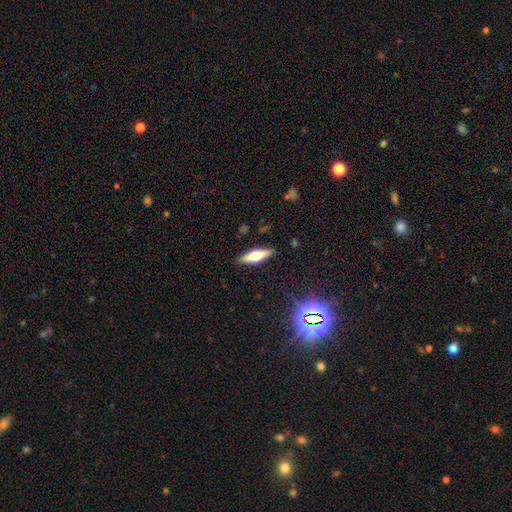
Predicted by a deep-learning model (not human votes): The model was most divided on "smooth or featured": featured or disk: 49%, smooth: 43%, star or artifact: 8%. More confident: merging — none (88%).